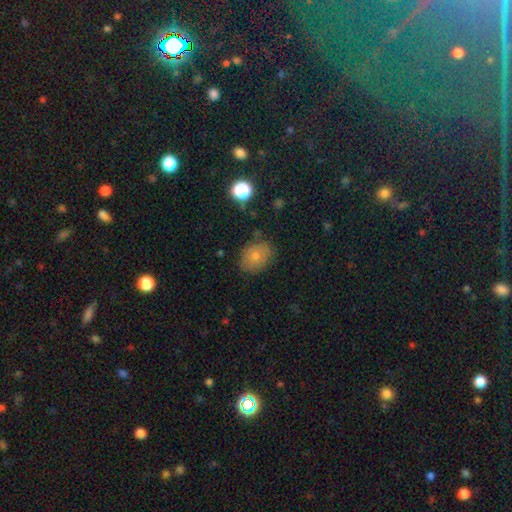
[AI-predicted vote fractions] smooth-or-featured: smooth: 73% | featured or disk: 17% | star or artifact: 10%
  how-rounded: in between: 57% | round: 42% | cigar-shaped: 1%
  merging: none: 76% | minor disturbance: 17% | major disturbance: 4% | merger: 2%